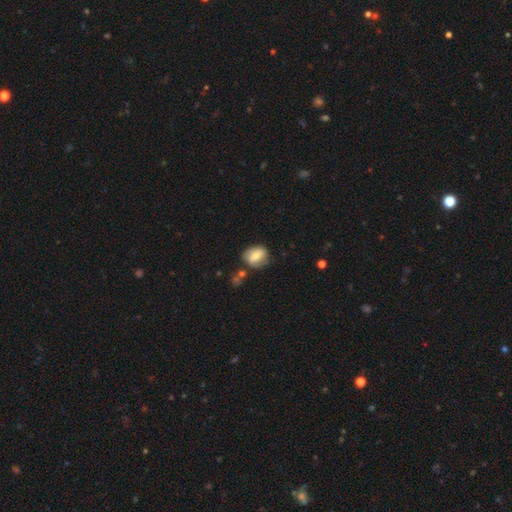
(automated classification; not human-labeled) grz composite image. It shows a smooth galaxy with no disk features (59%) that is in between round and cigar-shaped (56%). Merging: none (62%).